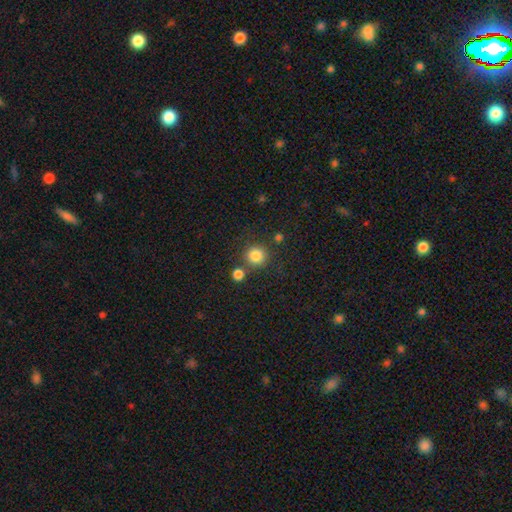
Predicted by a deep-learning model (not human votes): The model was most divided on "merging": none: 73%, merger: 15%, minor disturbance: 9%, major disturbance: 3%. More confident: how rounded — round (93%); smooth or featured — smooth (83%).